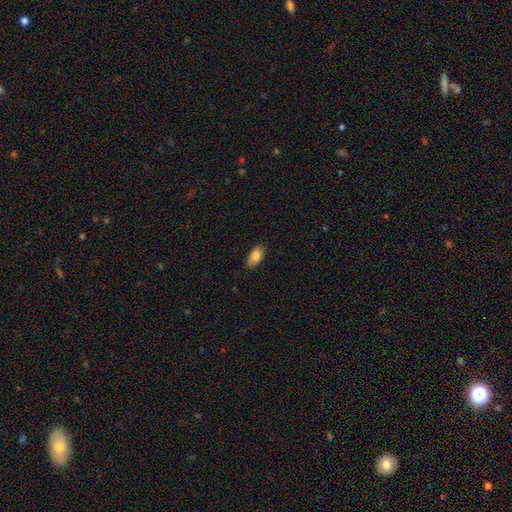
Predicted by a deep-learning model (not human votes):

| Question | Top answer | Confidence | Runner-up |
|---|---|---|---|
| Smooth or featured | smooth | 83% | featured or disk (10%) |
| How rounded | in between | 91% | cigar-shaped (5%) |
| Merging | none | 85% | minor disturbance (12%) |